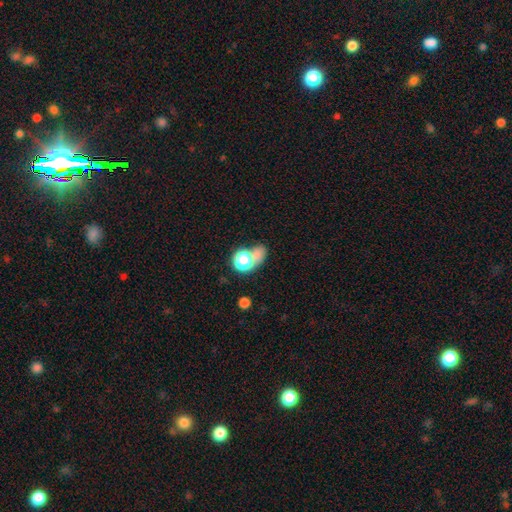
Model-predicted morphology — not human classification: A smooth galaxy with no disk features (63%) that is round (53%).

Vote fractions:
- Smooth or featured? smooth: 63% / star or artifact: 26% / featured or disk: 11%
- How rounded? round: 53% / in between: 45% / cigar-shaped: 2%
- Merging? none: 43% / merger: 29% / minor disturbance: 14% / major disturbance: 14%